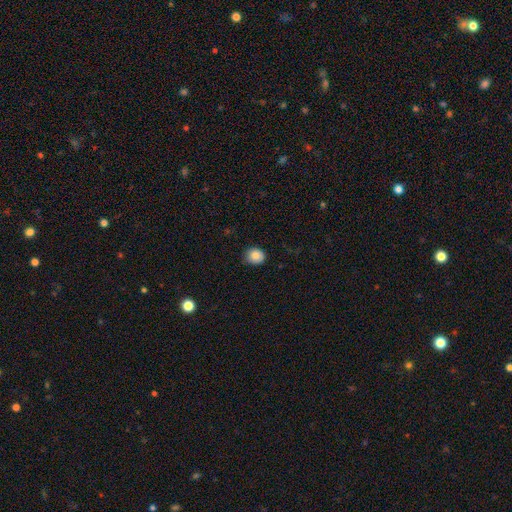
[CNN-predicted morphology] Smooth or featured: smooth — 84% (star or artifact — 9%)
How rounded: round — 77% (in between — 22%)
Merging: none — 79% (minor disturbance — 18%)